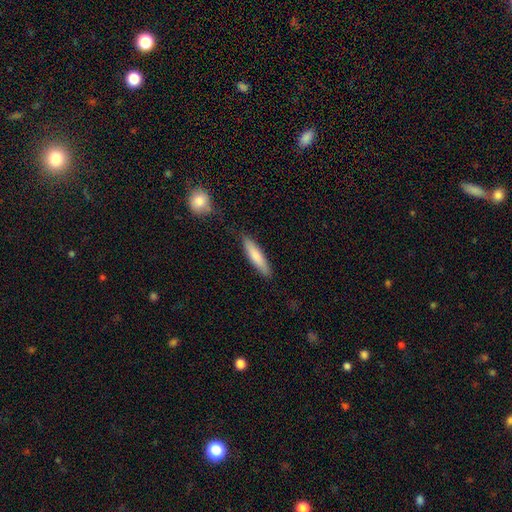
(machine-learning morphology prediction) type=smooth (78%); roundness=cigar-shaped (82%); merging=none (85%).